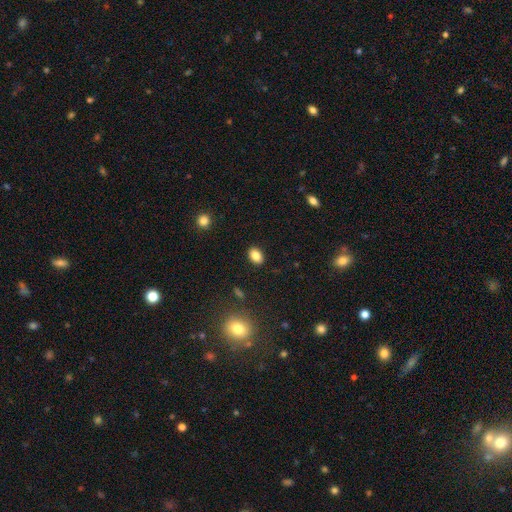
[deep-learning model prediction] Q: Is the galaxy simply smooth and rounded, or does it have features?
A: smooth — 85%.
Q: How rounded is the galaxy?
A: in between — 82%.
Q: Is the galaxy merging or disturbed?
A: none — 88%.